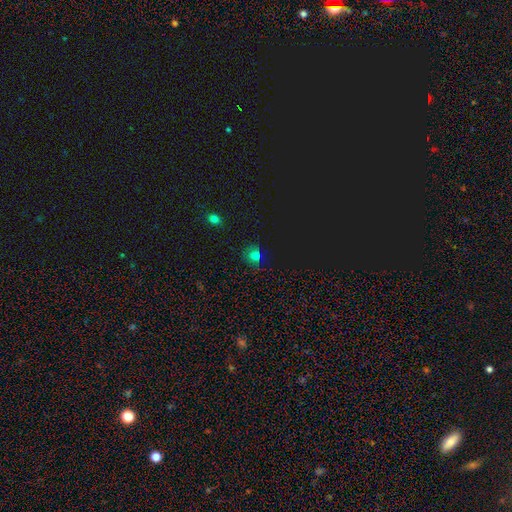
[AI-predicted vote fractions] This appears to be a smooth galaxy with no disk features (61%) that is round (78%). Merging: none (73%).